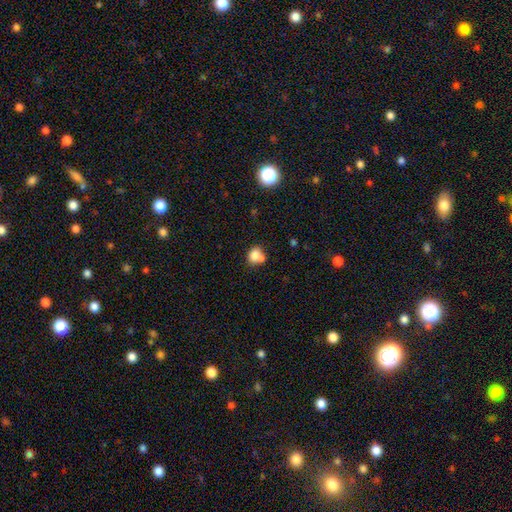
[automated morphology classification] This appears to be a smooth galaxy with no disk features (77%) that is round (66%). Merging: none (43%).